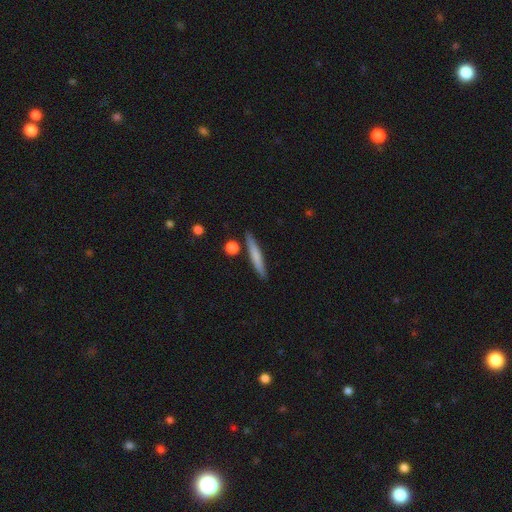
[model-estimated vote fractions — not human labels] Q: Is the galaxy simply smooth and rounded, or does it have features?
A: smooth — 66%.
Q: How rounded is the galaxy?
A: cigar-shaped — 94%.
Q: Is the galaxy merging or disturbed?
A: none — 86%.